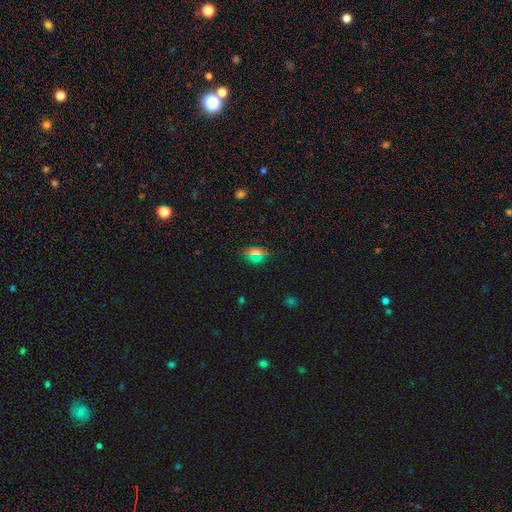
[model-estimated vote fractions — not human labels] Smooth or featured: smooth — 60% (star or artifact — 31%)
How rounded: in between — 52% (round — 43%)
Merging: none — 84% (minor disturbance — 10%)